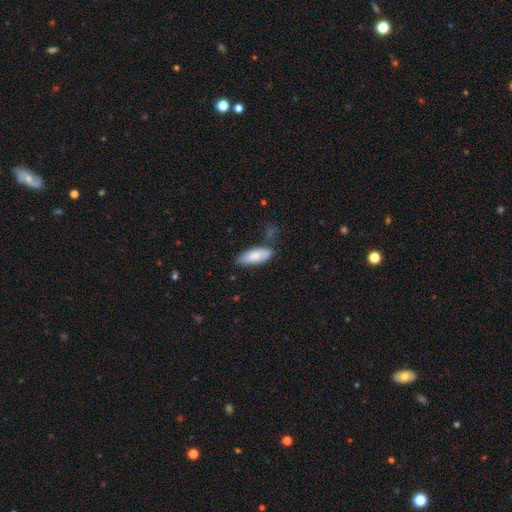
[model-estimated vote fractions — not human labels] A smooth galaxy with no disk features (82%) that is in between round and cigar-shaped (72%).

Vote fractions:
- Smooth or featured? smooth: 82% / featured or disk: 12% / star or artifact: 6%
- How rounded? in between: 72% / cigar-shaped: 26% / round: 2%
- Merging? none: 68% / minor disturbance: 22% / merger: 6% / major disturbance: 5%